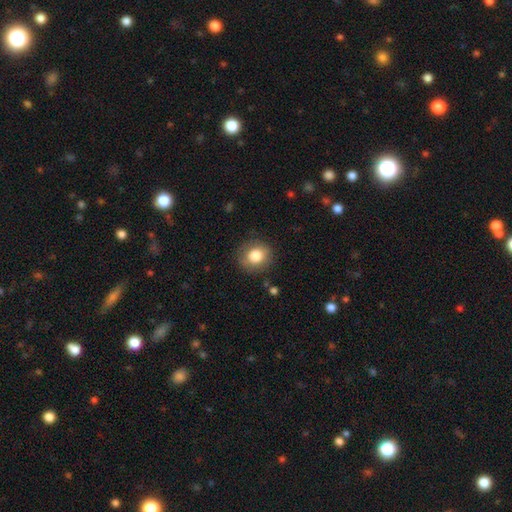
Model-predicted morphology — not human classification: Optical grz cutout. It shows a smooth galaxy with no disk features (82%) that is round (84%). Merging: none (85%).